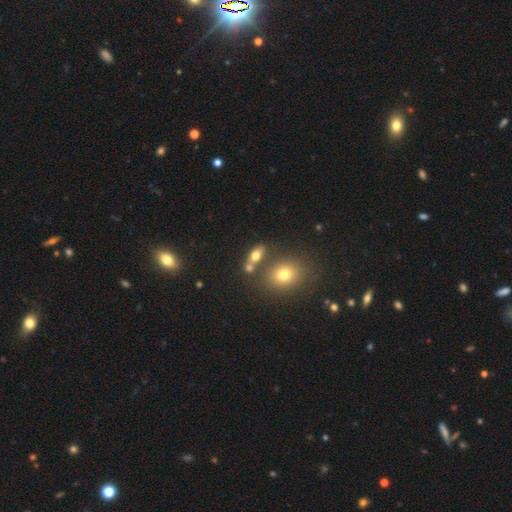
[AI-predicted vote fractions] smooth_or_featured: smooth (p=0.71) [alt: featured or disk p=0.17]
how_rounded: in between (p=0.73) [alt: round p=0.19]
merging: none (p=0.56) [alt: merger p=0.27]